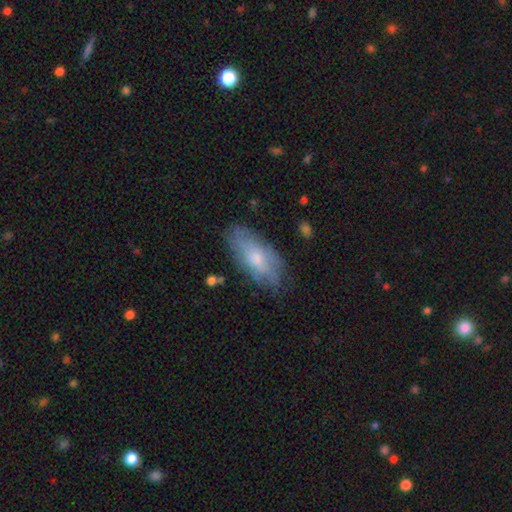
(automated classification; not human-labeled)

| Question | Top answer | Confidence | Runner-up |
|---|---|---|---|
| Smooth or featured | smooth | 55% | featured or disk (37%) |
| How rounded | in between | 84% | cigar-shaped (14%) |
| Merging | none | 72% | minor disturbance (21%) |